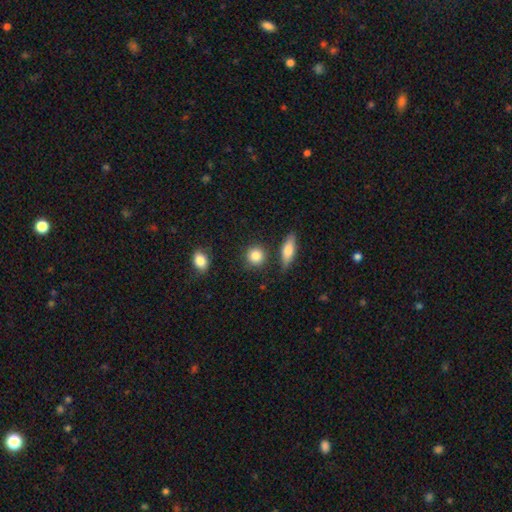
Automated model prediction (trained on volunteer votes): This appears to be a smooth galaxy with no disk features (85%) that is round (81%). Merging: none (81%).